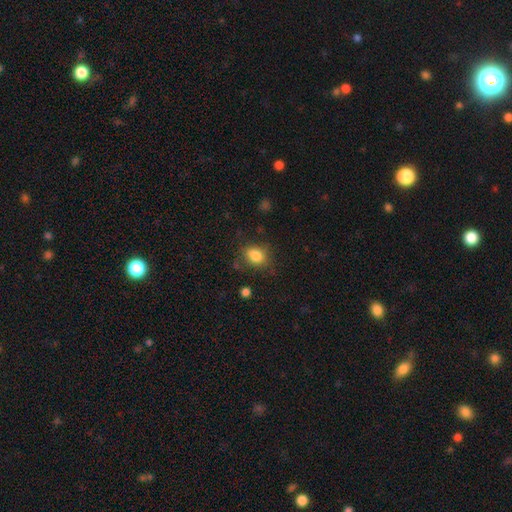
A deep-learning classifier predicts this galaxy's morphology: This is clearly a smooth galaxy (83%). How rounded: possibly in between (60%). Merging: likely none (74%).